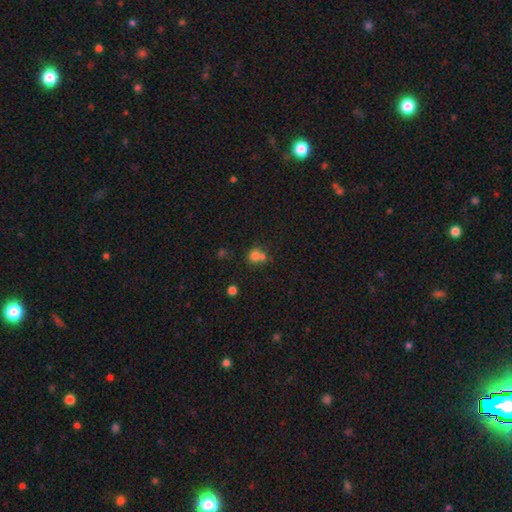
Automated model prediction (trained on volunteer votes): Smooth or featured: smooth — 73% (star or artifact — 15%)
How rounded: round — 79% (in between — 20%)
Merging: merger — 47% (none — 40%)